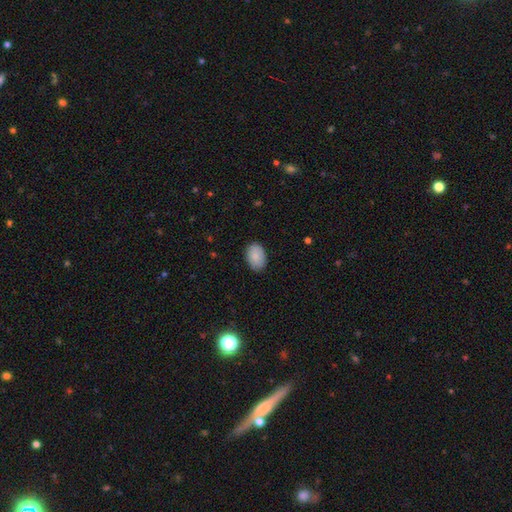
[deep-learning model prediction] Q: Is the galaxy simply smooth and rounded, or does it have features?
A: smooth — 87%.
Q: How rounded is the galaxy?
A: in between — 86%.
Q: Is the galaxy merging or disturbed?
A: none — 85%.